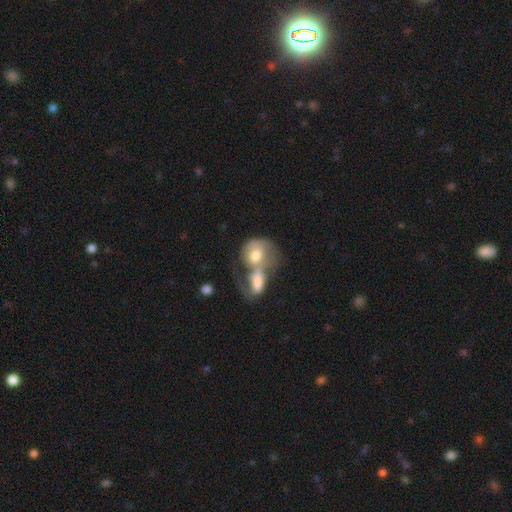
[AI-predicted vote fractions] Overall: smooth (56%; featured or disk 37%). How rounded: in between (59%; round 38%). Merging: merger (75%).